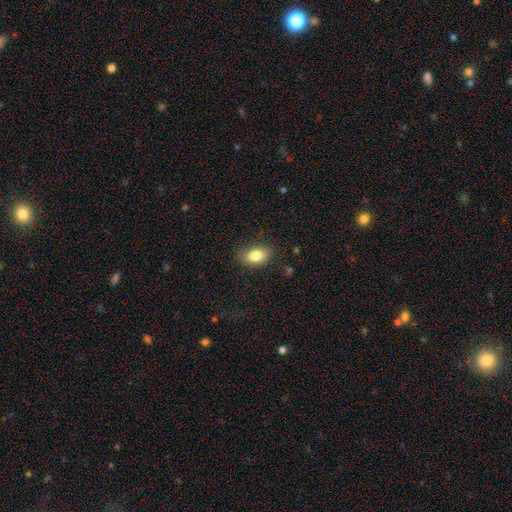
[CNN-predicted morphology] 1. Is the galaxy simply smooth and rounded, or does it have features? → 83% smooth, 8% star or artifact, 8% featured or disk.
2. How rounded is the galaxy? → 86% in between, 12% round, 2% cigar-shaped.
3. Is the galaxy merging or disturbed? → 81% none, 14% minor disturbance, 4% major disturbance, 1% merger.